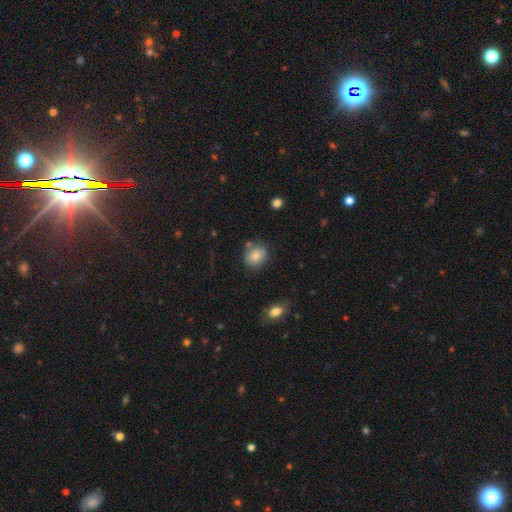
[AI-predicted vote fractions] Overall: smooth (83%). How rounded: round (71%). Merging: none (74%).